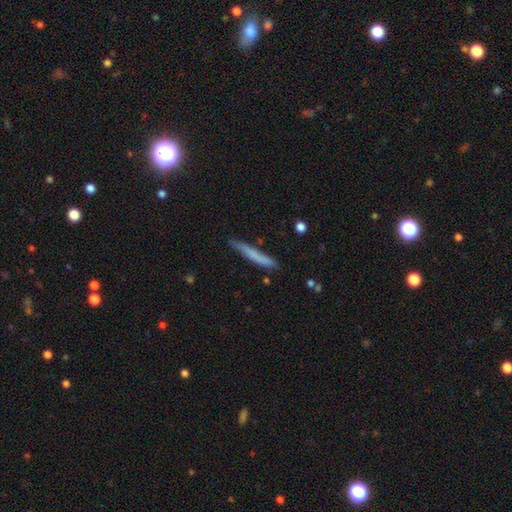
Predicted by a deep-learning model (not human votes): Smooth or featured? Predicted: smooth (p=0.69). How rounded? Predicted: cigar-shaped (p=0.96). Merging? Predicted: none (p=0.78).